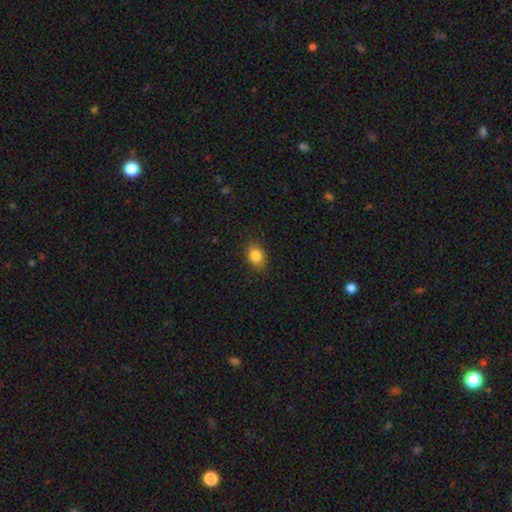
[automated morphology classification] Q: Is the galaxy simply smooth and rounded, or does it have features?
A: smooth — 84%.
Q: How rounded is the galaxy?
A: in between — 65%.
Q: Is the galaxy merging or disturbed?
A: none — 84%.